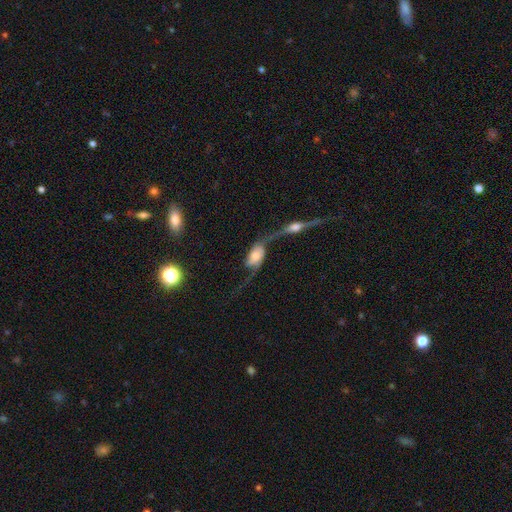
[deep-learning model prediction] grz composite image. It shows a featured or disk galaxy (68%) with no bar (60%), spiral arms (88%) and a moderate central bulge (30%). Merging: merger (58%).